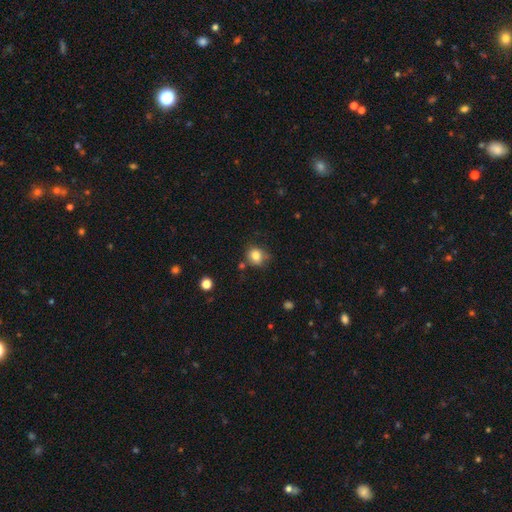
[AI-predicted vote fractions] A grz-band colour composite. It shows a smooth galaxy with no disk features (81%) that is round (72%). Merging: none (67%).